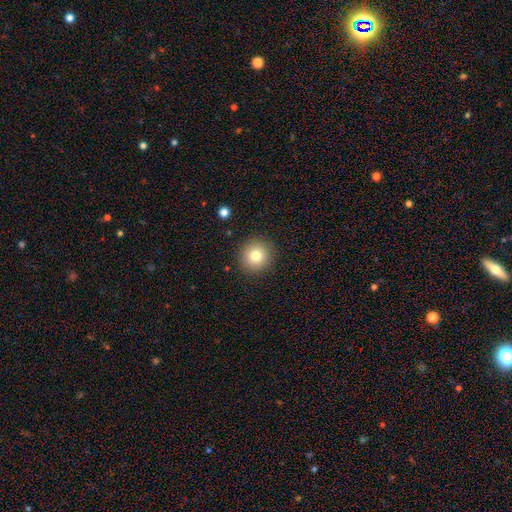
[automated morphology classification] smooth_or_featured: smooth (p=0.79) [alt: star or artifact p=0.11]
how_rounded: round (p=0.93) [alt: in between p=0.06]
merging: none (p=0.90) [alt: minor disturbance p=0.06]